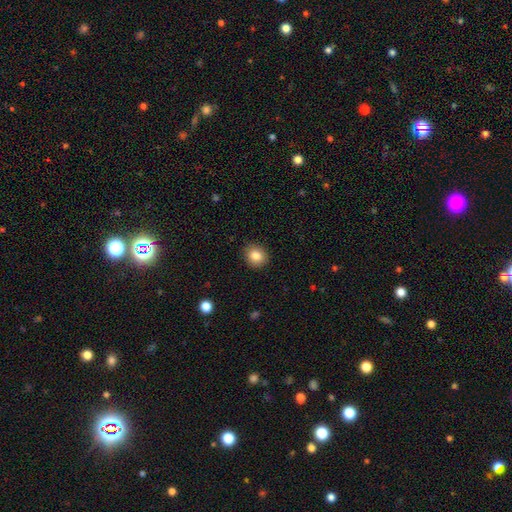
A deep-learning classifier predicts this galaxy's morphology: Smooth or featured? smooth (84%)
How rounded? round (77%)
Merging? none (90%)